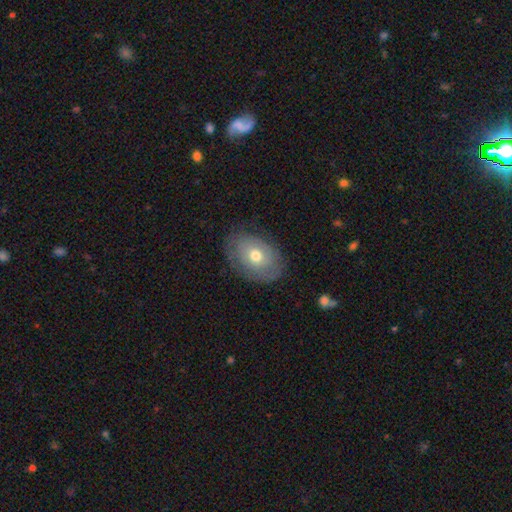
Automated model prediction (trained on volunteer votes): The model was most divided on "smooth or featured": smooth: 56%, featured or disk: 37%, star or artifact: 8%. More confident: how rounded — in between (79%); merging — none (75%).